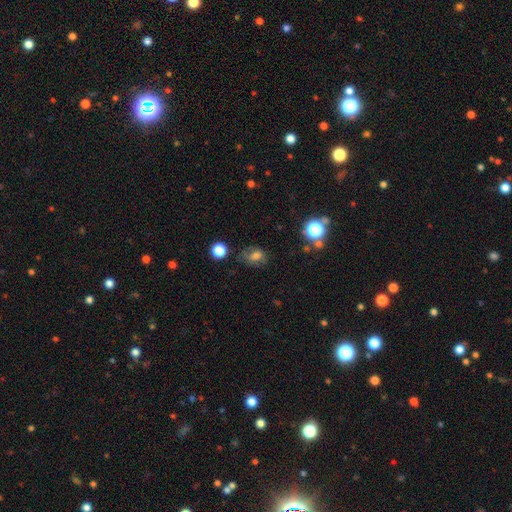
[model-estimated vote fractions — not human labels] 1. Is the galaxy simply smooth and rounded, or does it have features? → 68% smooth, 17% star or artifact, 15% featured or disk.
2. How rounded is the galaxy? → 65% in between, 34% round, 2% cigar-shaped.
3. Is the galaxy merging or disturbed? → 62% none, 24% minor disturbance, 12% major disturbance, 3% merger.